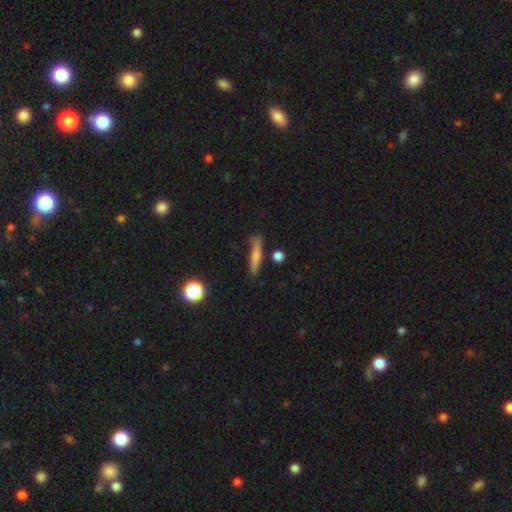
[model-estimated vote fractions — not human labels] This appears to be a smooth galaxy with no disk features (67%) that is cigar-shaped (83%). Merging: none (71%).